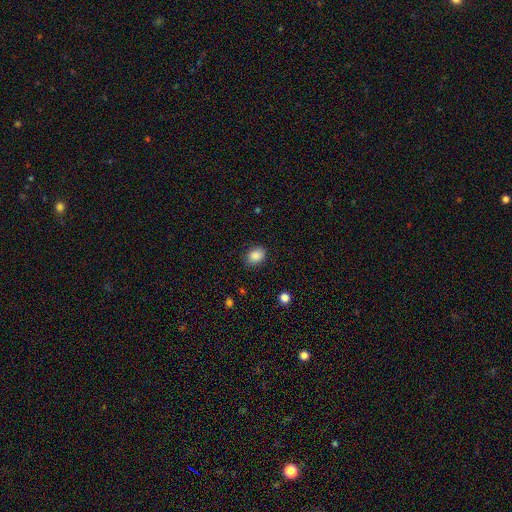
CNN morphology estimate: smooth-or-featured: smooth: 87% | star or artifact: 9% | featured or disk: 4%
  how-rounded: in between: 64% | round: 35% | cigar-shaped: 1%
  merging: none: 86% | minor disturbance: 10% | major disturbance: 3% | merger: 1%